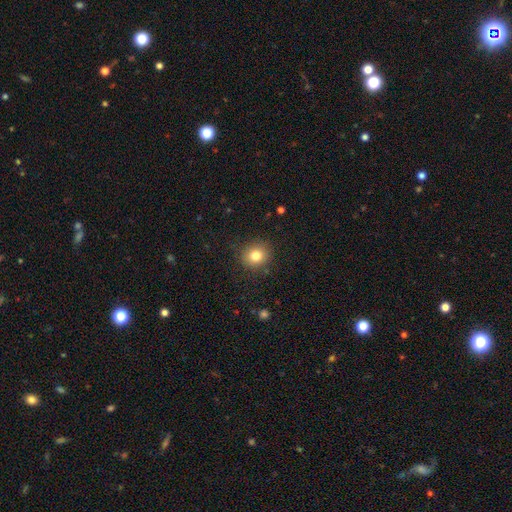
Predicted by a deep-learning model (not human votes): The model was most divided on "how rounded": round: 82%, in between: 17%, cigar-shaped: 1%. More confident: merging — none (88%); smooth or featured — smooth (81%).